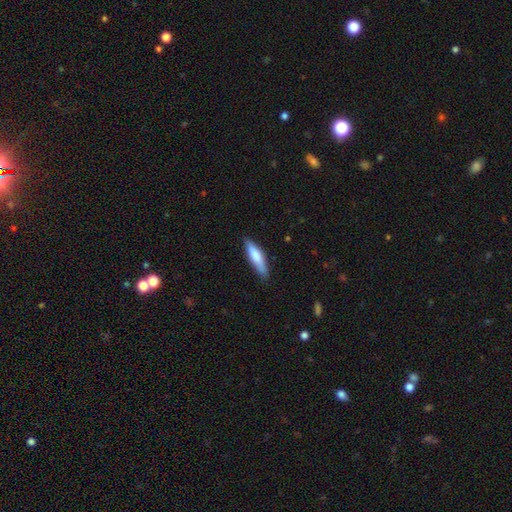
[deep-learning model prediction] The model was most divided on "smooth or featured": smooth: 72%, featured or disk: 23%, star or artifact: 5%. More confident: merging — none (83%); how rounded — cigar-shaped (74%).